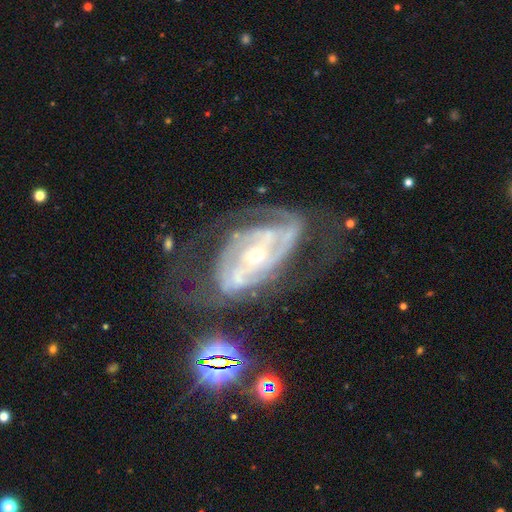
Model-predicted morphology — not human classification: Smooth or featured?
  - featured or disk: 88% *
  - star or artifact: 7%
  - smooth: 5%
Edge-on disk?
  - no: 95% *
  - yes: 5%
Bar?
  - no: 47% *
  - weak: 31%
  - strong: 23%
Spiral arms?
  - yes: 95% *
  - no: 5%
Spiral winding?
  - tight: 55% *
  - medium: 36%
  - loose: 10%
Spiral arm count?
  - 2: 42% *
  - can't tell: 24%
  - 3: 19%
  - 4: 6%
  - 1: 5%
  - more than 4: 4%
Bulge size?
  - small: 62% *
  - moderate: 35%
  - large: 2%
  - none: 1%
  - dominant: 1%
Merging?
  - none: 49% *
  - major disturbance: 26%
  - minor disturbance: 21%
  - merger: 4%